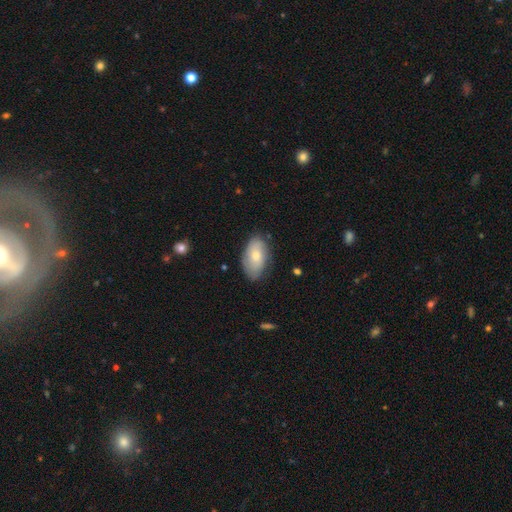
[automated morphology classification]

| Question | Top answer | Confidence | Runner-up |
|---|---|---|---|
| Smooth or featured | smooth | 65% | featured or disk (29%) |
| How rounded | in between | 93% | round (5%) |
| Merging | none | 75% | minor disturbance (20%) |